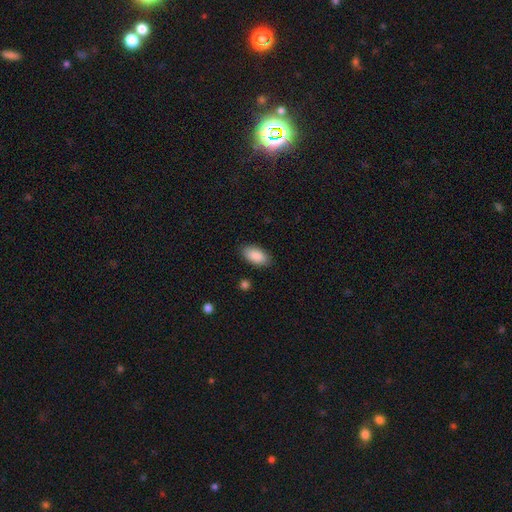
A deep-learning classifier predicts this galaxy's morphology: type=smooth (89%); roundness=in between (94%); merging=none (86%).